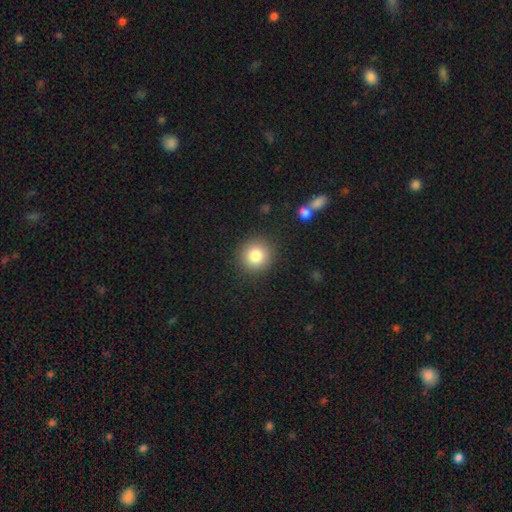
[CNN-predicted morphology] Q: Smooth or featured?
A: smooth (82%); runner-up: star or artifact (11%)
Q: How rounded?
A: round (93%); runner-up: in between (6%)
Q: Merging?
A: none (89%); runner-up: minor disturbance (7%)